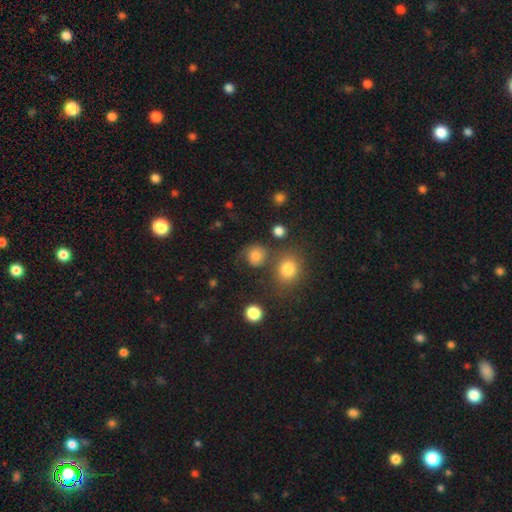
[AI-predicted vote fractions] smooth-or-featured: smooth: 73% | featured or disk: 14% | star or artifact: 12%
  how-rounded: round: 83% | in between: 16% | cigar-shaped: 1%
  merging: none: 60% | minor disturbance: 19% | major disturbance: 12% | merger: 10%